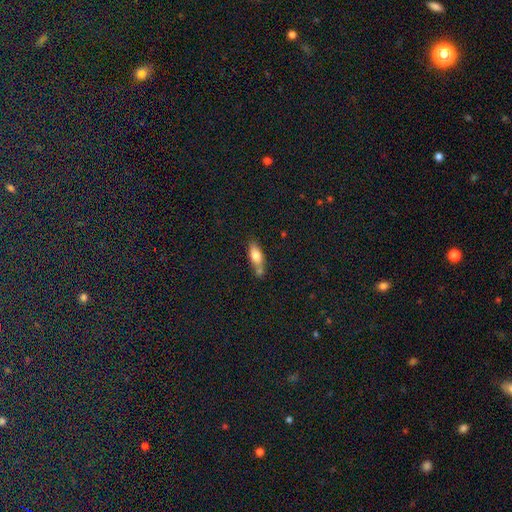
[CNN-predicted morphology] A smooth galaxy with no disk features (73%) that is in between round and cigar-shaped (71%). Merging: none (48%).